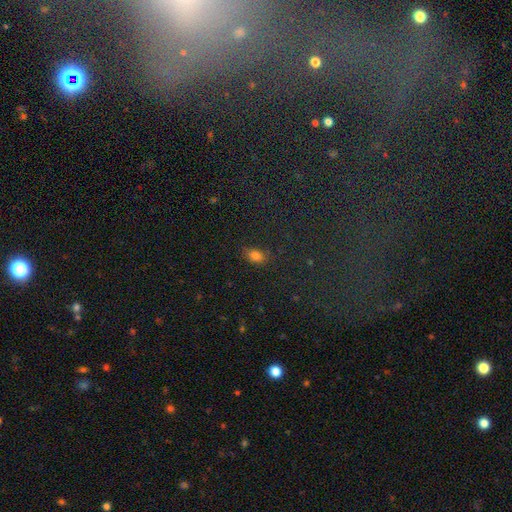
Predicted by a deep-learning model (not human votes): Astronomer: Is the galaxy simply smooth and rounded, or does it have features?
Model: smooth — 79%.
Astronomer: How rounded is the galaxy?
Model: in between — 81%.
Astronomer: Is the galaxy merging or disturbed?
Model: none — 75%.